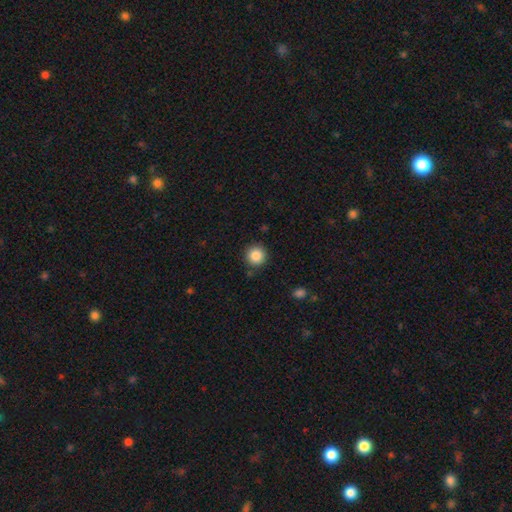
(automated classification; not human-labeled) smooth_or_featured: smooth (p=0.86) [alt: star or artifact p=0.09]
how_rounded: round (p=0.95) [alt: in between p=0.04]
merging: none (p=0.89) [alt: minor disturbance p=0.07]